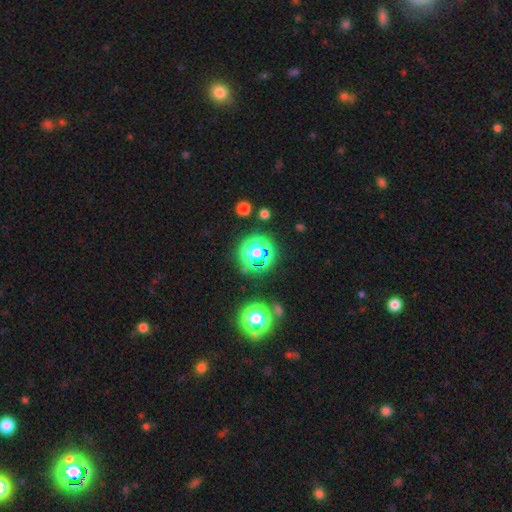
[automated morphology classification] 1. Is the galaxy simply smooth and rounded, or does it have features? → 55% star or artifact, 36% smooth, 9% featured or disk.